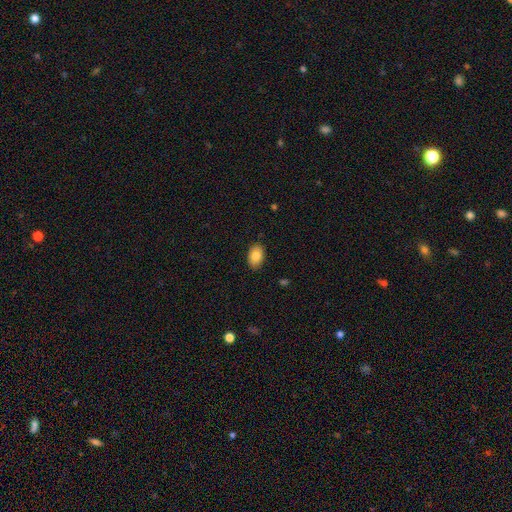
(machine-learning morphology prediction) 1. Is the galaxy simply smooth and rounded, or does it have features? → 85% smooth, 8% featured or disk, 7% star or artifact.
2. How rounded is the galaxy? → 87% in between, 12% round, 1% cigar-shaped.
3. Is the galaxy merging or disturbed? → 87% none, 10% minor disturbance, 2% major disturbance, 1% merger.